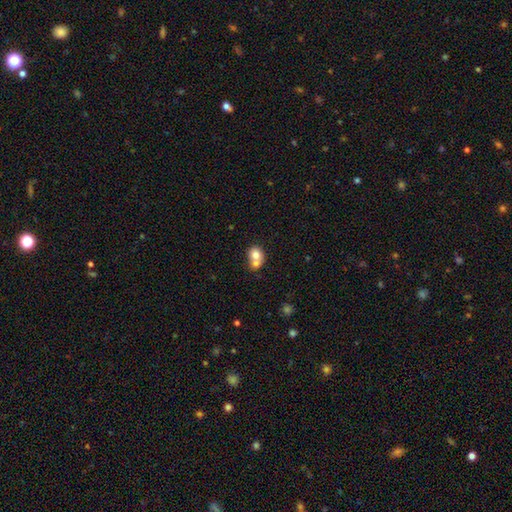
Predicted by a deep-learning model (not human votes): Morphology: type=smooth (74%); roundness=round (64%); merging=merger (64%).